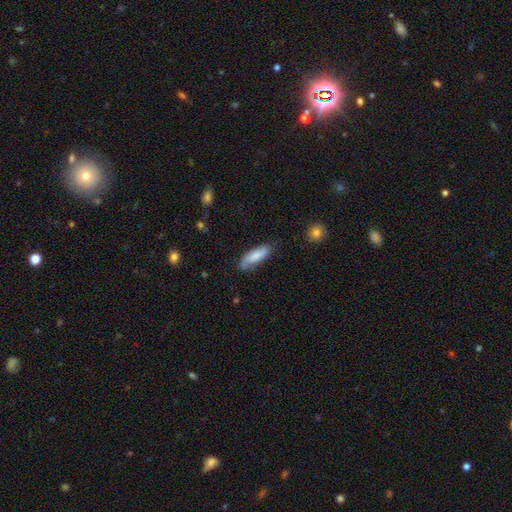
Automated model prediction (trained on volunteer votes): Smooth or featured: smooth — 76% (featured or disk — 18%)
How rounded: in between — 57% (cigar-shaped — 41%)
Merging: none — 68% (minor disturbance — 24%)